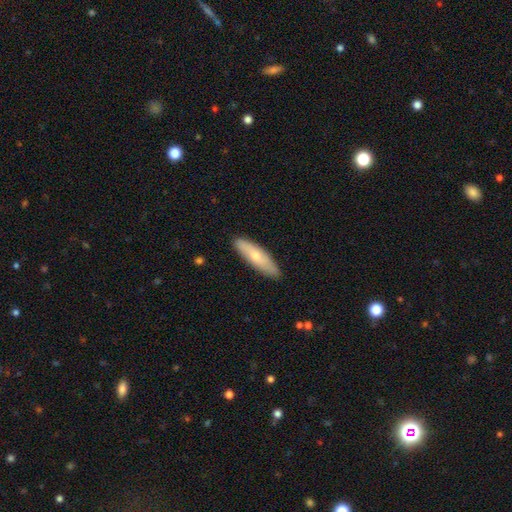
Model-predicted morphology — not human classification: The model was most divided on "how rounded": cigar-shaped: 65%, in between: 33%, round: 2%. More confident: merging — none (87%); smooth or featured — smooth (67%).